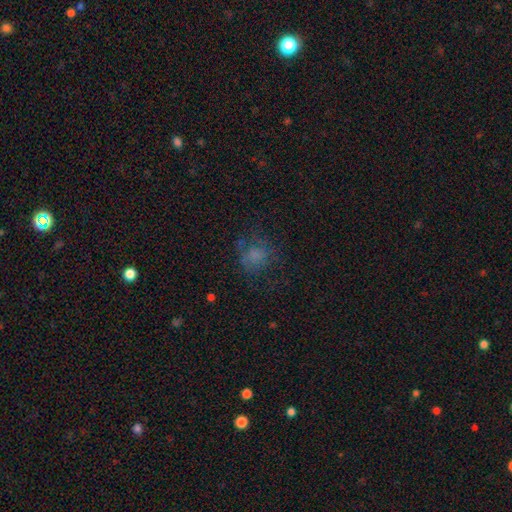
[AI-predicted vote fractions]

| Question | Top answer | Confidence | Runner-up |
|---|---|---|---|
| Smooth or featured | smooth | 58% | featured or disk (21%) |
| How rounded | round | 71% | in between (28%) |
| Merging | none | 57% | major disturbance (21%) |